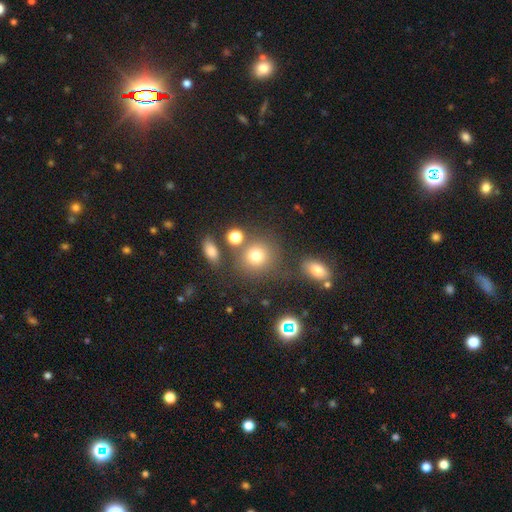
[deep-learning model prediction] A smooth galaxy with no disk features (73%) that is round (85%). Merging: none (71%).